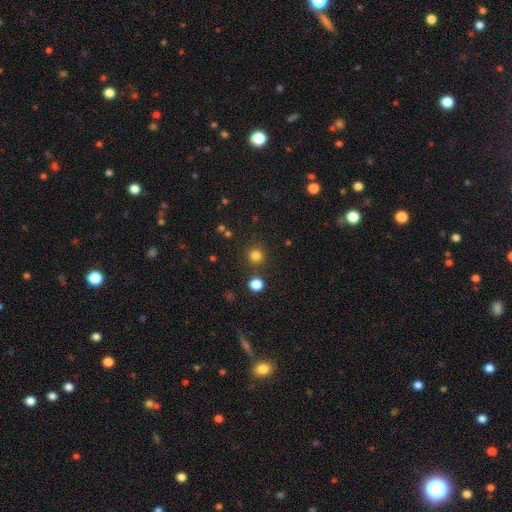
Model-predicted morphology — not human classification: This is likely a smooth galaxy (80%). How rounded: clearly round (94%). Merging: clearly none (87%).